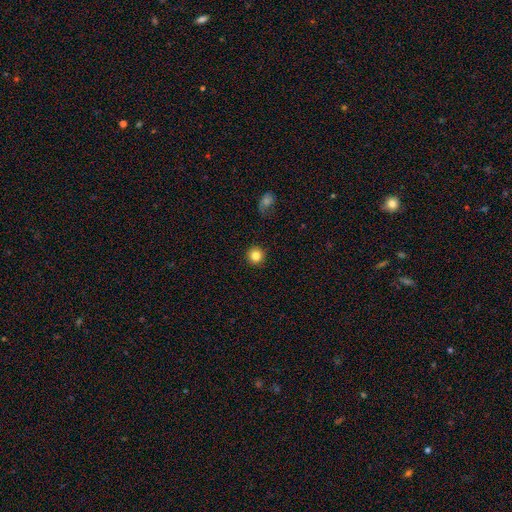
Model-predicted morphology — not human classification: Q: Smooth or featured?
A: smooth (84%); runner-up: star or artifact (11%)
Q: How rounded?
A: round (95%); runner-up: in between (4%)
Q: Merging?
A: none (92%); runner-up: minor disturbance (5%)